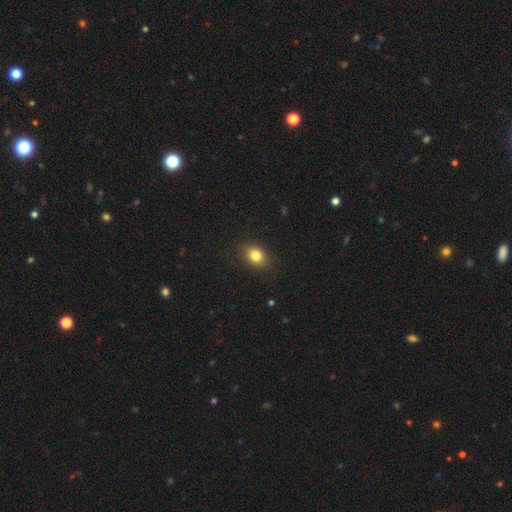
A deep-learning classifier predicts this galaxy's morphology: Overall: smooth (82%). How rounded: in between (64%; round 35%). Merging: none (86%).